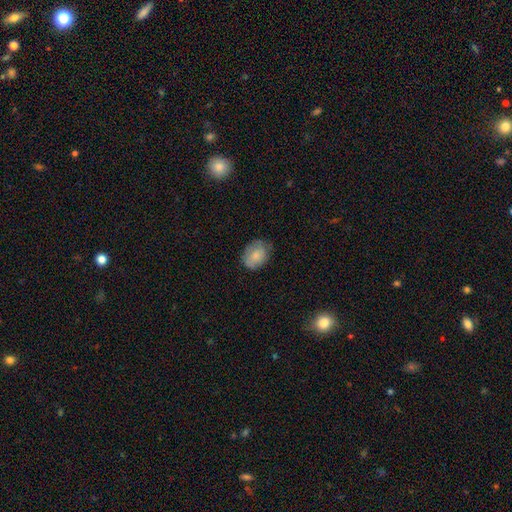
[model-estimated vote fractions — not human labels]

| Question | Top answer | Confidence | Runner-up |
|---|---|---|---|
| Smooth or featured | smooth | 79% | featured or disk (14%) |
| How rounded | in between | 67% | round (32%) |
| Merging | none | 68% | minor disturbance (25%) |